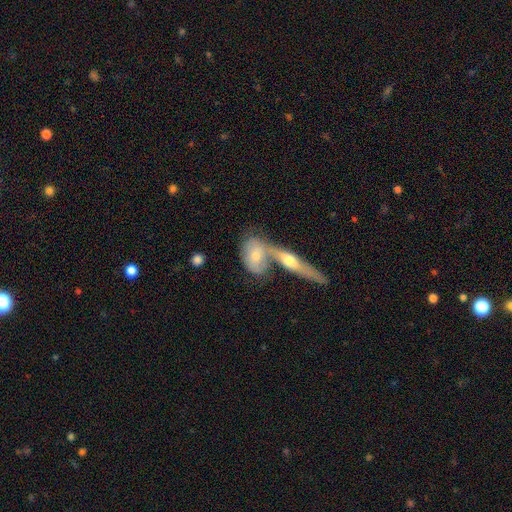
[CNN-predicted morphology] This is possibly a smooth galaxy (54%). How rounded: likely in between (75%). Merging: possibly merger (58%).